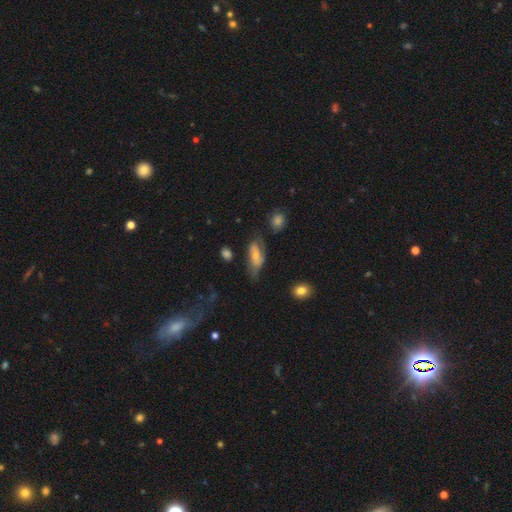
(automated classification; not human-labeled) A smooth galaxy with no disk features (48%). Merging: none (45%).